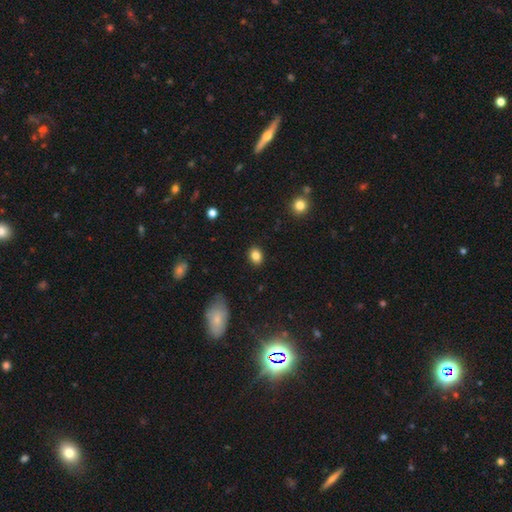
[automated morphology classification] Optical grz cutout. It shows a smooth galaxy with no disk features (84%) that is in between round and cigar-shaped (55%). Merging: none (88%).